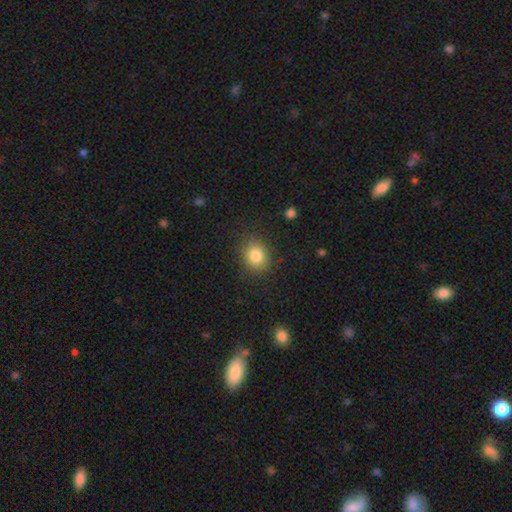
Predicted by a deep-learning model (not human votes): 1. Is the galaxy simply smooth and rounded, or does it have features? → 83% smooth, 10% star or artifact, 7% featured or disk.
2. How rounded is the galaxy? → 62% round, 38% in between, 1% cigar-shaped.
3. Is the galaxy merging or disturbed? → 85% none, 11% minor disturbance, 3% major disturbance, 1% merger.